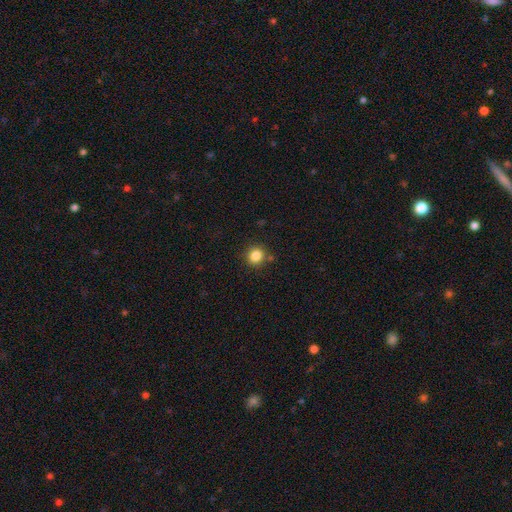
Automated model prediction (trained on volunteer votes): Smooth or featured: smooth — 84% (star or artifact — 11%)
How rounded: round — 90% (in between — 9%)
Merging: none — 85% (minor disturbance — 8%)